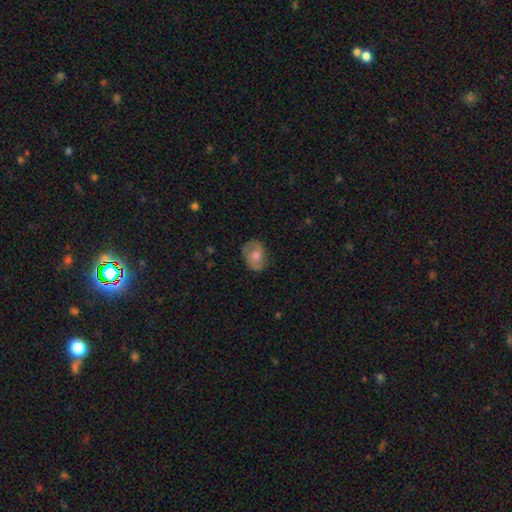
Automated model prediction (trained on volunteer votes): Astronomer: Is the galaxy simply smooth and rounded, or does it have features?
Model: smooth — 53% (runner-up: featured or disk, 38%).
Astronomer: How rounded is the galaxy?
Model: in between — 64%.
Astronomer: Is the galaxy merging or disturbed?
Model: none — 76%.